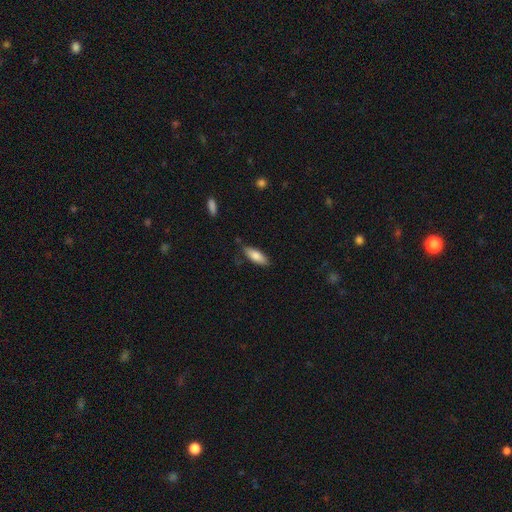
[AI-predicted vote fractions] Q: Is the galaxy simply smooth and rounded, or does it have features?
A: smooth — 81%.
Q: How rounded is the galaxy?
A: in between — 66%.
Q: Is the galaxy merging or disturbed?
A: none — 77%.